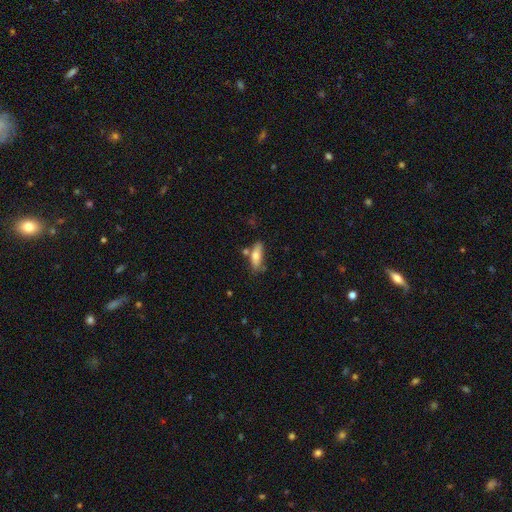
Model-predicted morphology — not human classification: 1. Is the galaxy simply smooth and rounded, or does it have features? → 73% smooth, 20% featured or disk, 7% star or artifact.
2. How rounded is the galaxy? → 63% in between, 34% cigar-shaped, 3% round.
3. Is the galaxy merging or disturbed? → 58% none, 21% minor disturbance, 15% merger, 6% major disturbance.